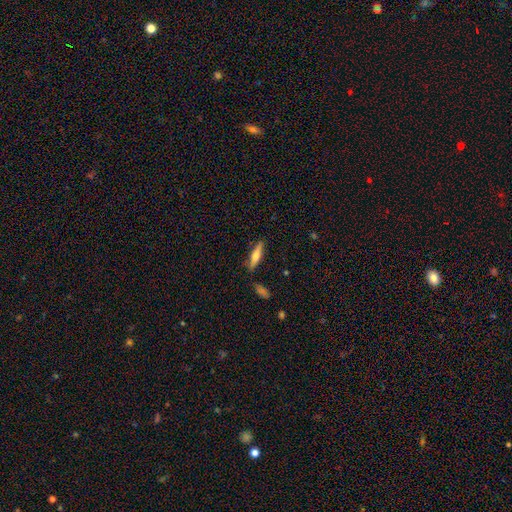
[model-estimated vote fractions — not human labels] A smooth galaxy with no disk features (52%) that is cigar-shaped (79%).

Vote fractions:
- Smooth or featured? smooth: 52% / featured or disk: 42% / star or artifact: 6%
- How rounded? cigar-shaped: 79% / in between: 19% / round: 2%
- Merging? none: 84% / minor disturbance: 10% / merger: 3% / major disturbance: 2%